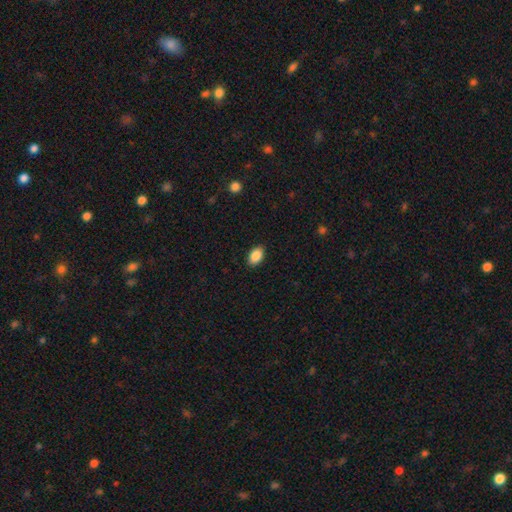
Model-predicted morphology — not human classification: This is clearly a smooth galaxy (88%). How rounded: clearly in between (90%). Merging: clearly none (90%).